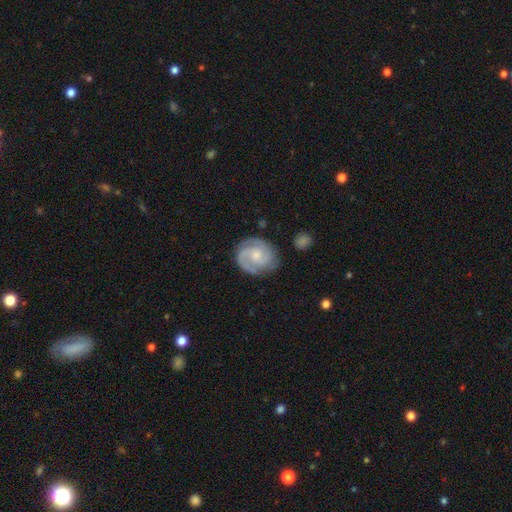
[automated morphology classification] A featured or disk galaxy (87%) with no bar (65%), 2 (51%) tight (58%) spiral arms (98%) and a small central bulge (56%). Merging: none (77%).